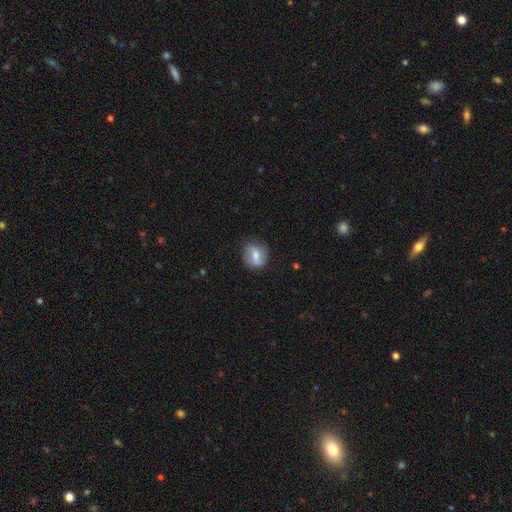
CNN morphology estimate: Smooth or featured? smooth (51%)
How rounded? round (61%)
Merging? none (73%)